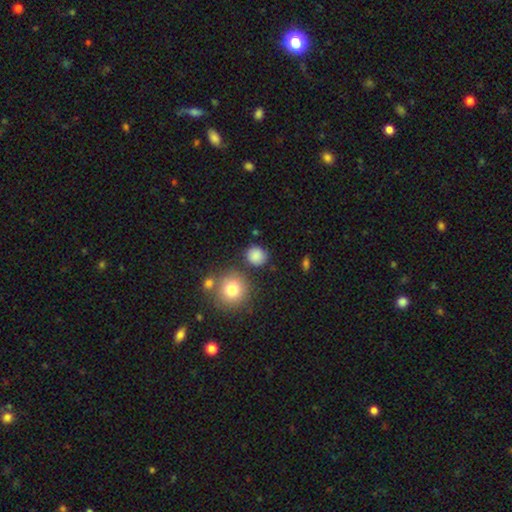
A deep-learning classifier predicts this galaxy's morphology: smooth_or_featured: smooth (p=0.84) [alt: star or artifact p=0.11]
how_rounded: round (p=0.85) [alt: in between p=0.14]
merging: none (p=0.80) [alt: minor disturbance p=0.12]